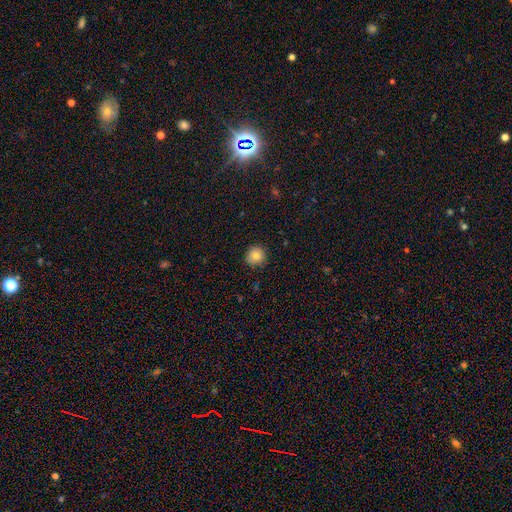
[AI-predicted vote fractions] A smooth galaxy with no disk features (83%) that is round (94%).

Vote fractions:
- Smooth or featured? smooth: 83% / star or artifact: 10% / featured or disk: 8%
- How rounded? round: 94% / in between: 5% / cigar-shaped: 1%
- Merging? none: 90% / minor disturbance: 7% / major disturbance: 2% / merger: 1%